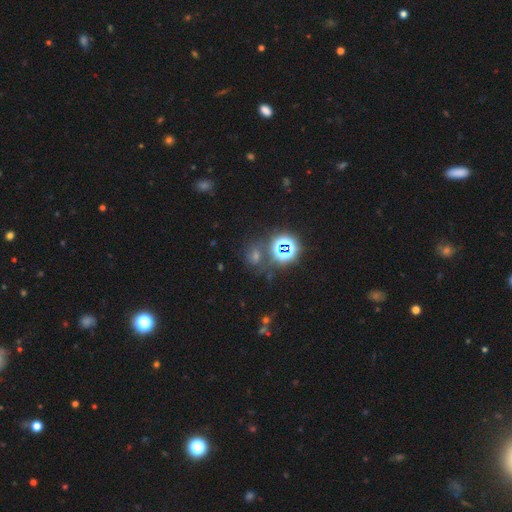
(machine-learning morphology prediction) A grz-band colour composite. It shows a star or artifact, not a galaxy (61%).